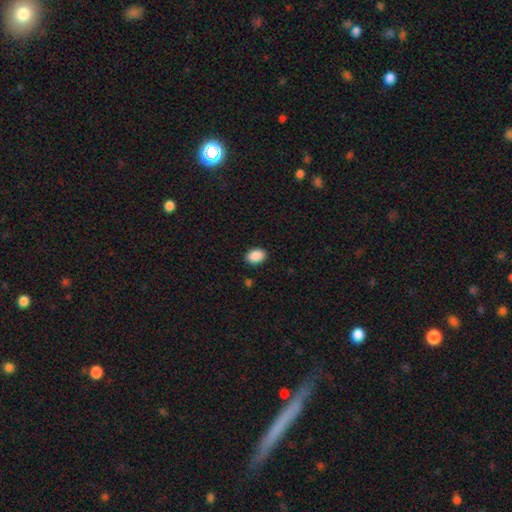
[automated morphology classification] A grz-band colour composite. It shows a smooth galaxy with no disk features (90%) that is in between round and cigar-shaped (83%). Merging: none (89%).